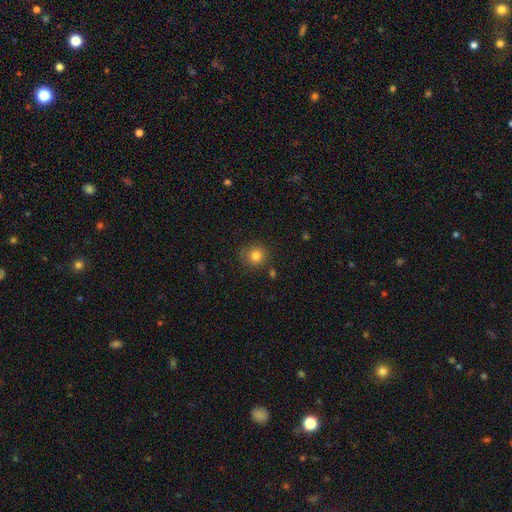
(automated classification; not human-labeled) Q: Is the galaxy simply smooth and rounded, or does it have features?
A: smooth — 82%.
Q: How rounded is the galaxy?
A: round — 90%.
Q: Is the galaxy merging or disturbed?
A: none — 82%.